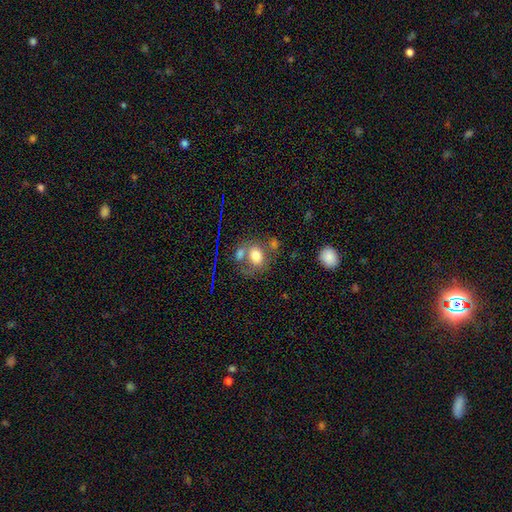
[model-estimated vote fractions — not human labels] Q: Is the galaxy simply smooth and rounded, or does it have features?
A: smooth — 72%.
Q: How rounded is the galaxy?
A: in between — 54%.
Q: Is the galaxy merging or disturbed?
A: none — 45%.